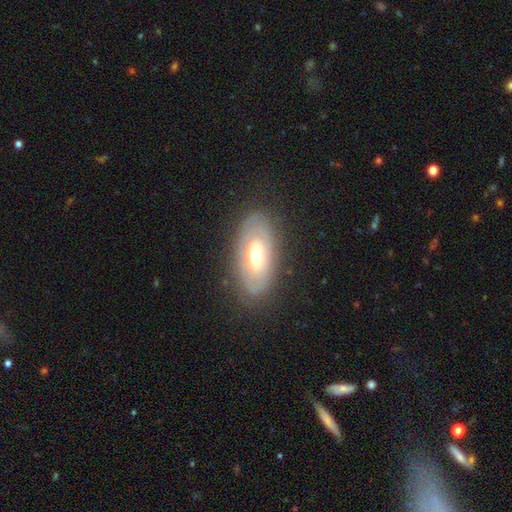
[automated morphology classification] This is possibly a featured or disk galaxy (59%). It is clearly not viewed edge-on (88%). Bar: likely no (76%). Spiral arm pattern: possibly no (55%). Central bulge: likely moderate (66%). Merging: clearly none (81%).